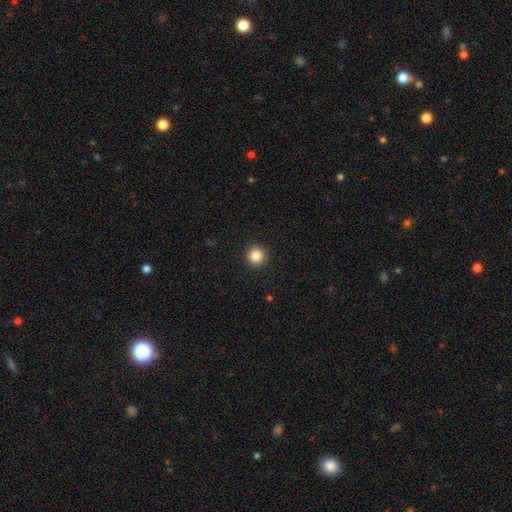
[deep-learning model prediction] Q: Smooth or featured?
A: smooth (85%); runner-up: star or artifact (11%)
Q: How rounded?
A: round (96%); runner-up: in between (3%)
Q: Merging?
A: none (93%); runner-up: minor disturbance (5%)